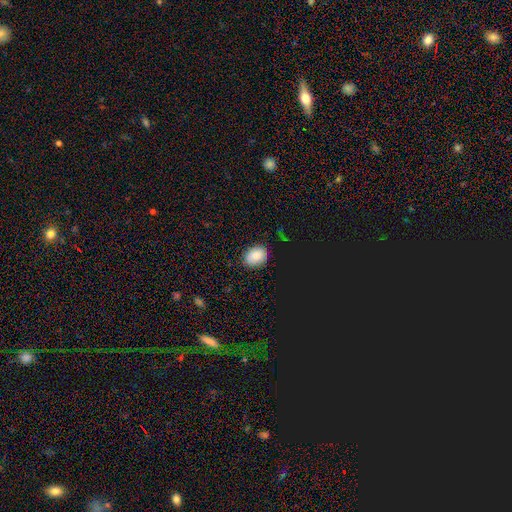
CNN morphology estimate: Smooth or featured? Predicted: smooth (p=0.83). How rounded? Predicted: in between (p=0.60). Merging? Predicted: none (p=0.83).